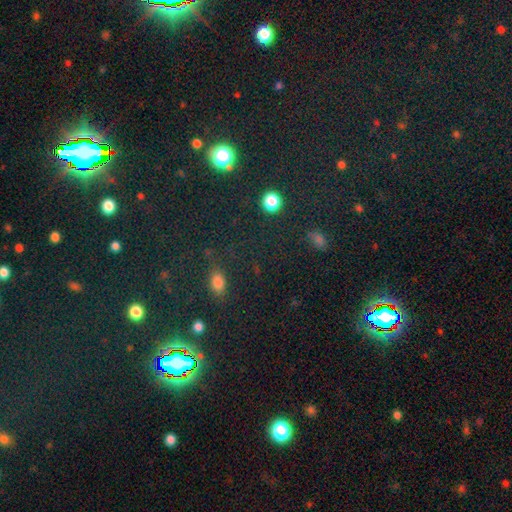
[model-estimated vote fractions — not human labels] Overall: star or artifact (63%; smooth 27%).